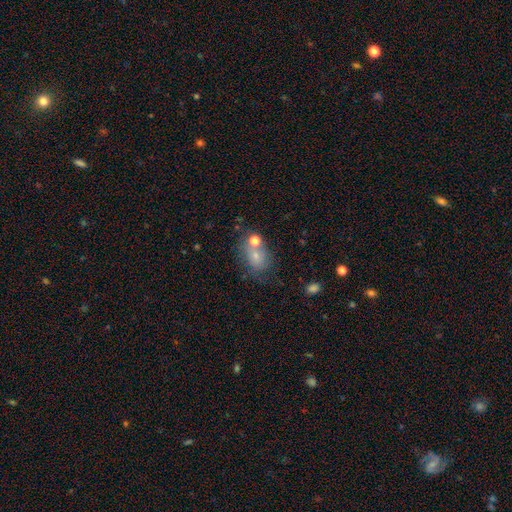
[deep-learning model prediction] This is likely a smooth galaxy (69%). How rounded: possibly in between (59%). Merging: possibly none (51%).